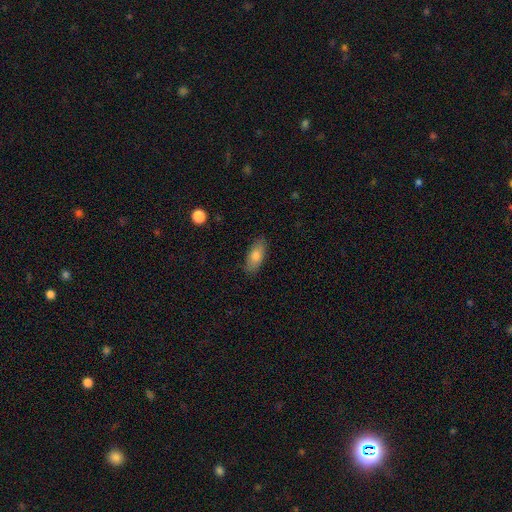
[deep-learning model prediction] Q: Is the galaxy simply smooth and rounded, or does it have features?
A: smooth — 77%.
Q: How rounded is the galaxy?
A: in between — 83%.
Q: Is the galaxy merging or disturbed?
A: none — 86%.